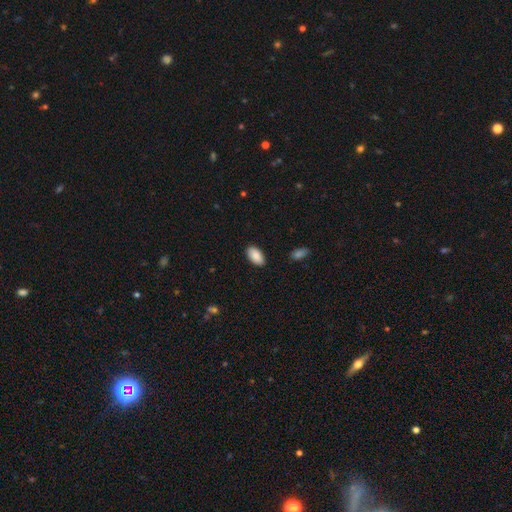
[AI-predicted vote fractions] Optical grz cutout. It shows a smooth galaxy with no disk features (90%) that is in between round and cigar-shaped (95%). Merging: none (88%).